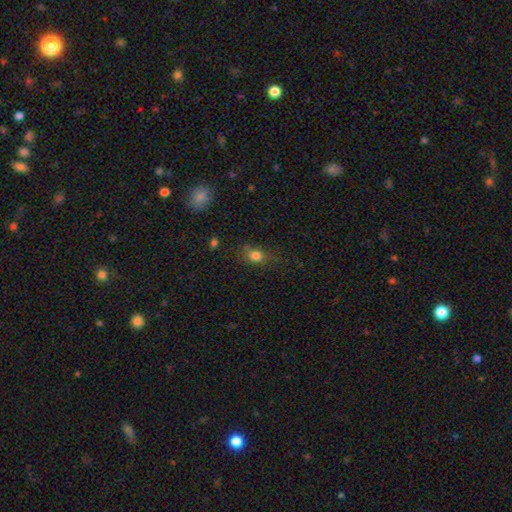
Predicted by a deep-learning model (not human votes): Smooth or featured? smooth (78%)
How rounded? round (49%)
Merging? none (61%)